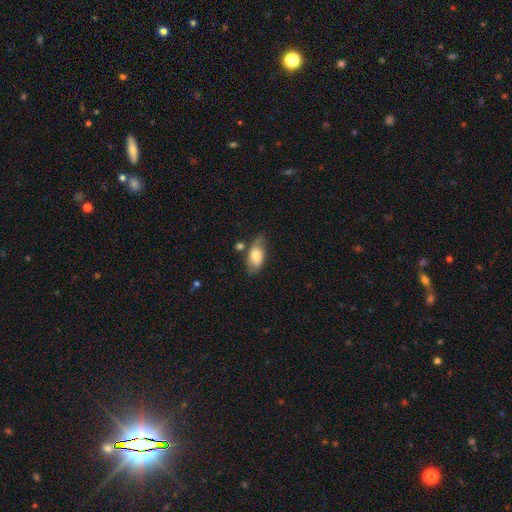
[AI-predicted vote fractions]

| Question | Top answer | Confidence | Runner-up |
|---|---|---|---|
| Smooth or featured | smooth | 71% | featured or disk (22%) |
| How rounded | in between | 89% | cigar-shaped (7%) |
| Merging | none | 57% | minor disturbance (27%) |